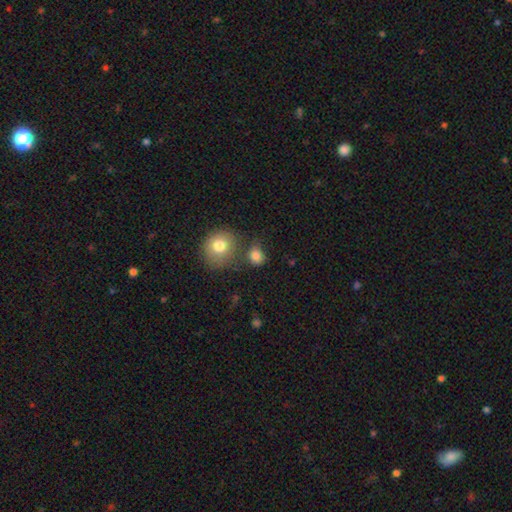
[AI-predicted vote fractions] smooth_or_featured: smooth (p=0.83) [alt: star or artifact p=0.10]
how_rounded: round (p=0.64) [alt: in between p=0.35]
merging: none (p=0.58) [alt: merger p=0.18]